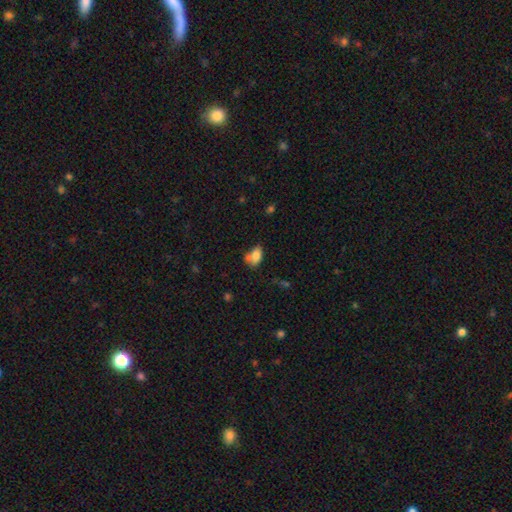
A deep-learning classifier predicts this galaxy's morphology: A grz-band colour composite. It shows a smooth galaxy with no disk features (75%) that is in between round and cigar-shaped (83%). Merging: none (34%).